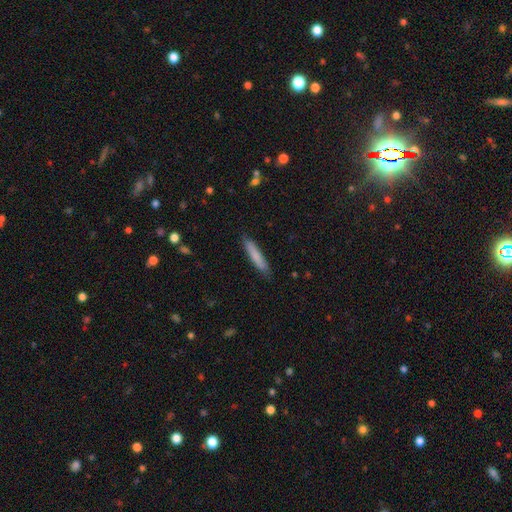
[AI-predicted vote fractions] Smooth or featured? Predicted: smooth (p=0.78). How rounded? Predicted: cigar-shaped (p=0.91). Merging? Predicted: none (p=0.87).